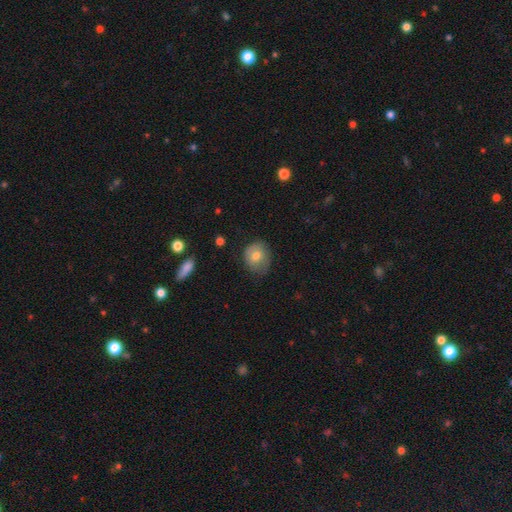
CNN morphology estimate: Overall: smooth (73%). How rounded: round (64%; in between 35%). Merging: none (61%; minor disturbance 30%).